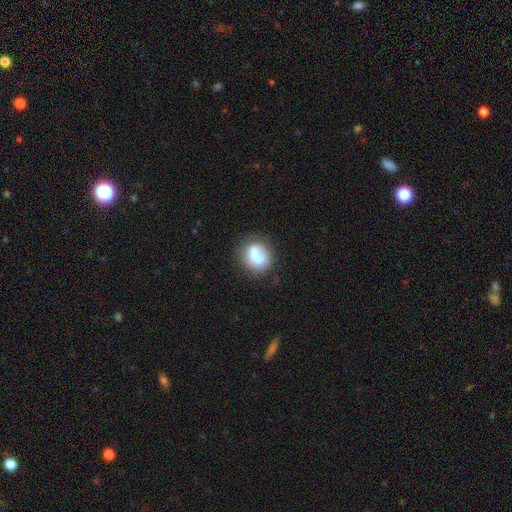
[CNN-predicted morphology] Smooth or featured? smooth (66%)
How rounded? round (67%)
Merging? none (58%)